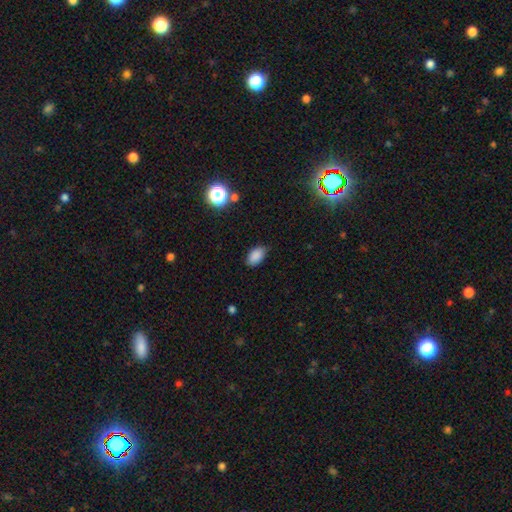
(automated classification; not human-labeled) smooth_or_featured: smooth (p=0.86) [alt: star or artifact p=0.10]
how_rounded: in between (p=0.91) [alt: round p=0.08]
merging: none (p=0.78) [alt: minor disturbance p=0.18]